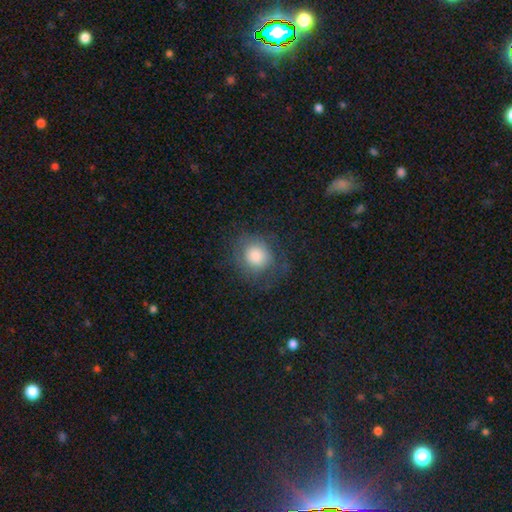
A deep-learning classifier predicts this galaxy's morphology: Overall: smooth (73%). How rounded: round (81%). Merging: none (69%).